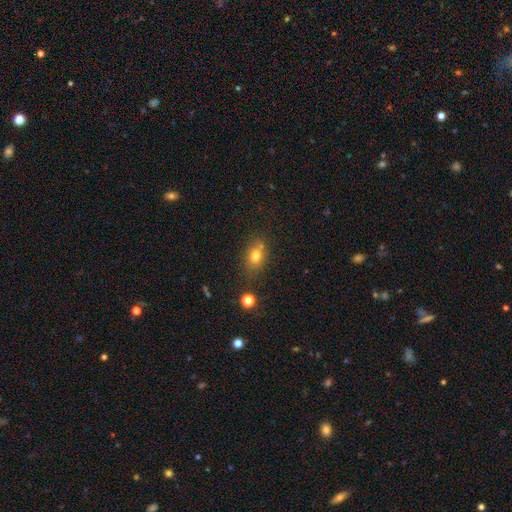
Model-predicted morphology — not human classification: Q: Smooth or featured?
A: smooth (76%); runner-up: star or artifact (12%)
Q: How rounded?
A: in between (71%); runner-up: round (27%)
Q: Merging?
A: none (69%); runner-up: minor disturbance (16%)